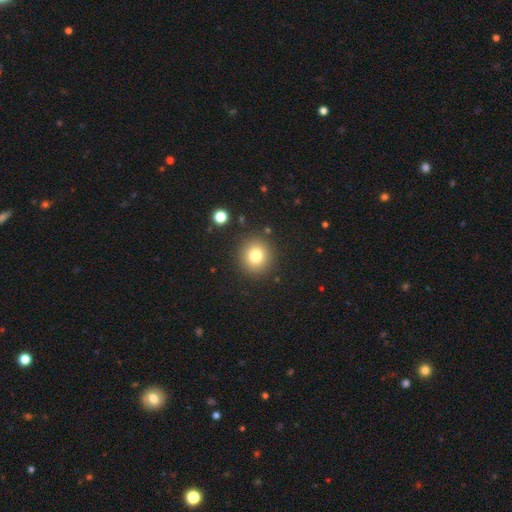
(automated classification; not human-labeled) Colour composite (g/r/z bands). It shows a smooth galaxy with no disk features (79%) that is round (88%). Merging: none (89%).